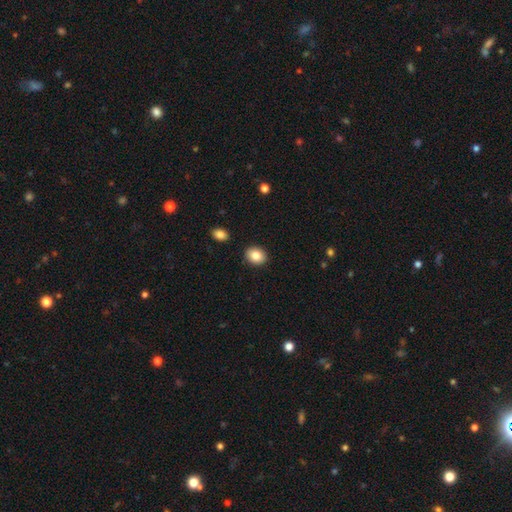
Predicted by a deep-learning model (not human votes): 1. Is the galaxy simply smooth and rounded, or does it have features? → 85% smooth, 8% star or artifact, 7% featured or disk.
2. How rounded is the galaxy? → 53% in between, 46% round, 1% cigar-shaped.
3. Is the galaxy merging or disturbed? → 89% none, 7% minor disturbance, 2% merger, 2% major disturbance.